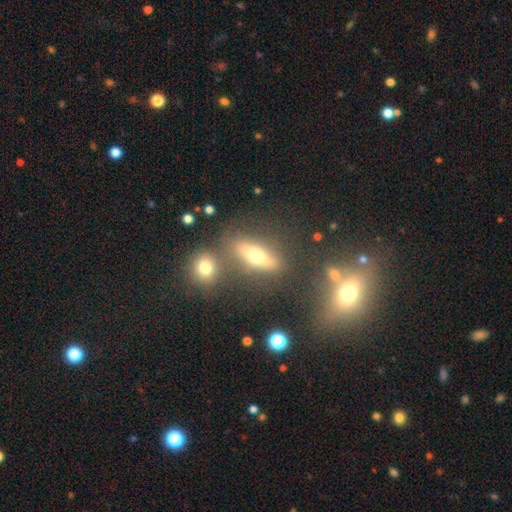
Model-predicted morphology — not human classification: This appears to be a smooth galaxy with no disk features (44%). Merging: none (69%).